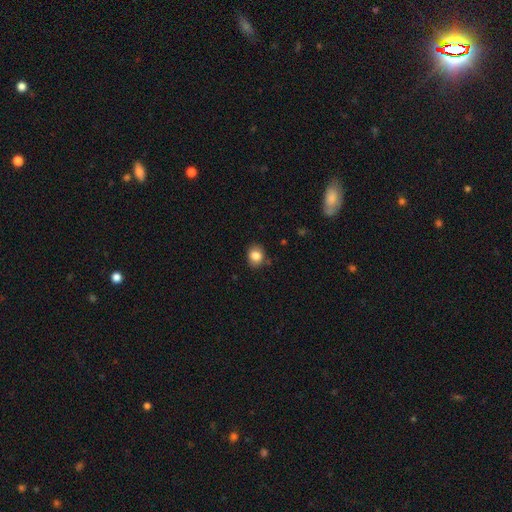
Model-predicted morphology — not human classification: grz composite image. It shows a smooth galaxy with no disk features (83%) that is round (62%). Merging: none (83%).